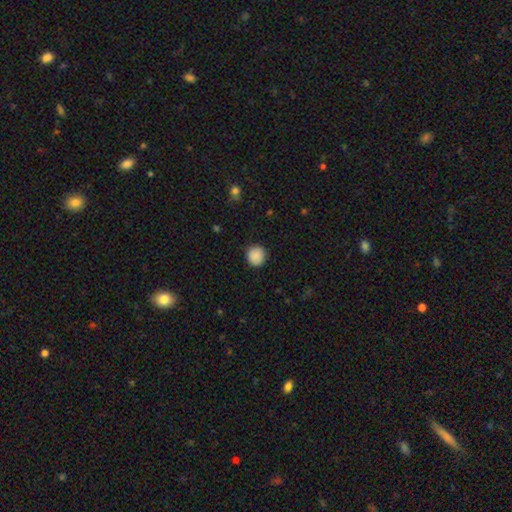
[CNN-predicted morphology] A smooth galaxy with no disk features (89%) that is round (90%). Merging: none (88%).